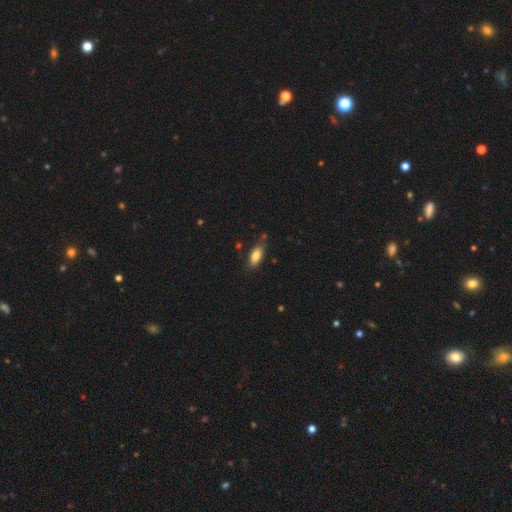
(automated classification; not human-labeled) Overall: smooth (82%). How rounded: in between (82%). Merging: none (74%).